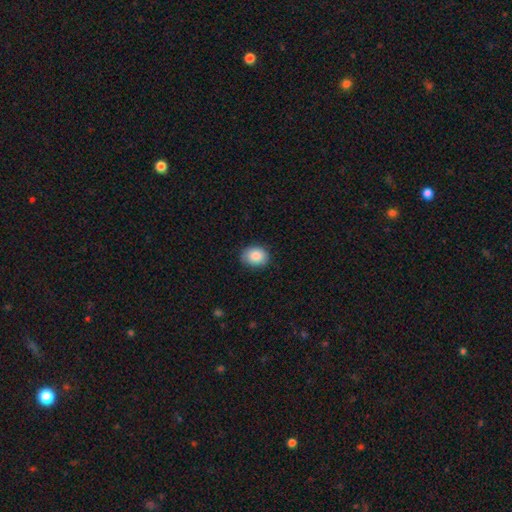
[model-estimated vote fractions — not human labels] smooth-or-featured: smooth: 87% | star or artifact: 8% | featured or disk: 5%
  how-rounded: in between: 51% | round: 48% | cigar-shaped: 1%
  merging: none: 83% | minor disturbance: 14% | major disturbance: 2% | merger: 1%